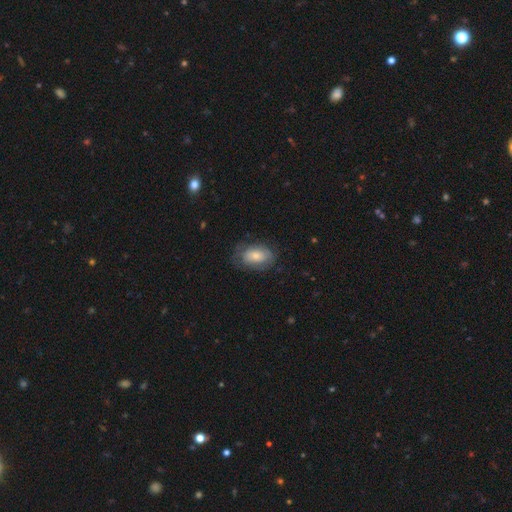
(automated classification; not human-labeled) Overall: smooth (63%; featured or disk 30%). How rounded: in between (88%). Merging: none (66%).